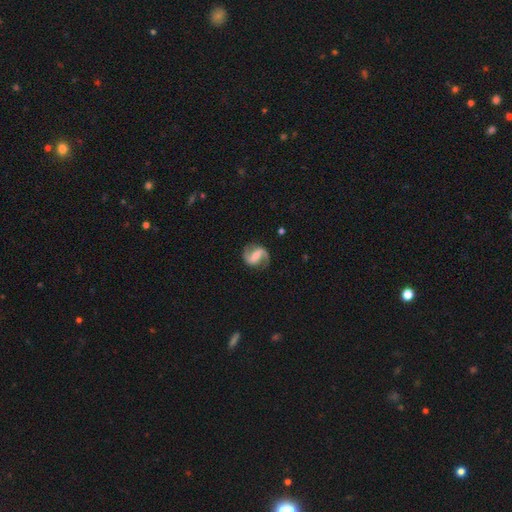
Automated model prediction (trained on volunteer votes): Smooth or featured? featured or disk (88%)
Edge-on disk? no (98%)
Bar? strong (42%)
Spiral arms? yes (97%)
Spiral winding? medium (51%)
Spiral arm count? 2 (93%)
Bulge size? small (39%, tied with moderate)
Merging? none (84%)